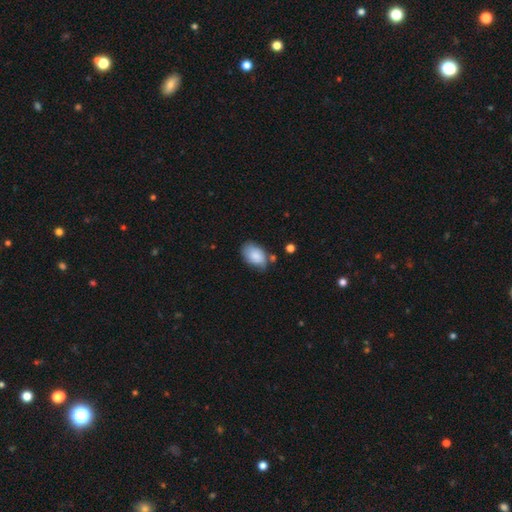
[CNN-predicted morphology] A smooth galaxy with no disk features (81%) that is in between round and cigar-shaped (87%).

Vote fractions:
- Smooth or featured? smooth: 81% / featured or disk: 11% / star or artifact: 7%
- How rounded? in between: 87% / round: 12% / cigar-shaped: 1%
- Merging? none: 58% / minor disturbance: 30% / major disturbance: 7% / merger: 6%